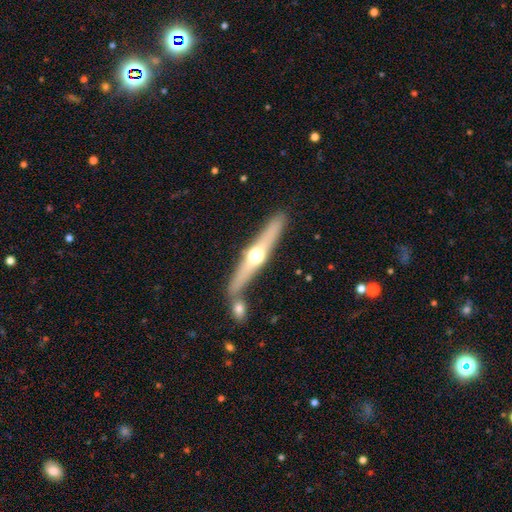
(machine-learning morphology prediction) smooth-or-featured: featured or disk: 64% | smooth: 31% | star or artifact: 5%
  disk-edge-on: yes: 95% | no: 5%
    edge-on-bulge: rounded: 95% | none: 3% | boxy: 2%
  merging: none: 73% | merger: 14% | minor disturbance: 10% | major disturbance: 3%